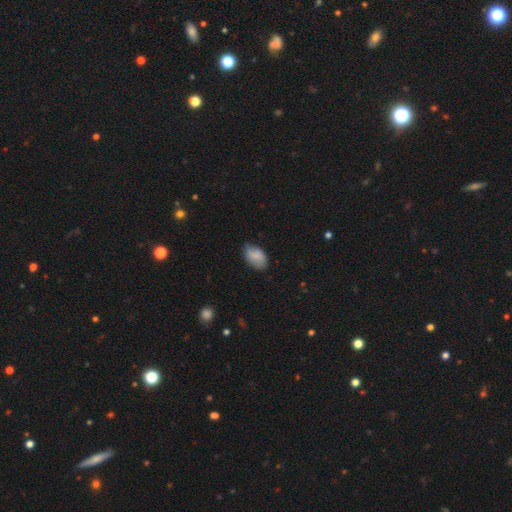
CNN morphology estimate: smooth-or-featured: smooth: 78% | featured or disk: 14% | star or artifact: 8%
  how-rounded: in between: 91% | round: 8% | cigar-shaped: 2%
  merging: none: 64% | minor disturbance: 28% | major disturbance: 6% | merger: 1%